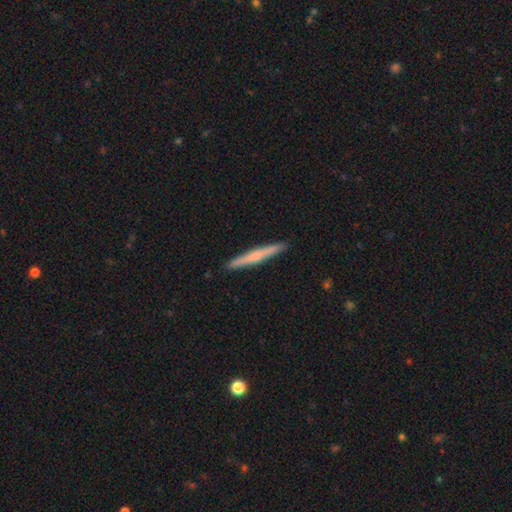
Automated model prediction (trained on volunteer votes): Morphology: type=smooth (52%); roundness=cigar-shaped (96%); merging=none (92%).